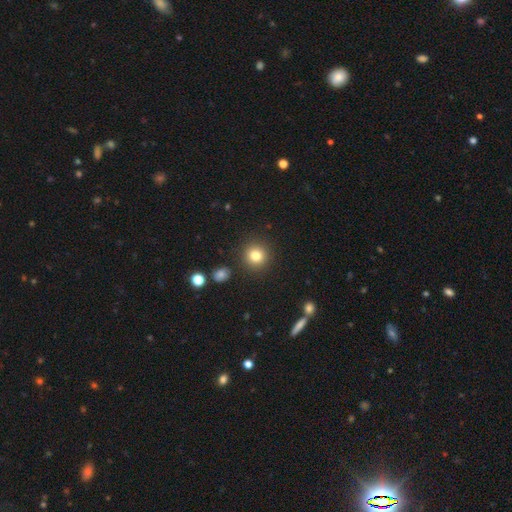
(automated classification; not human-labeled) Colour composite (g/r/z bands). It shows a smooth galaxy with no disk features (82%) that is round (93%). Merging: none (90%).